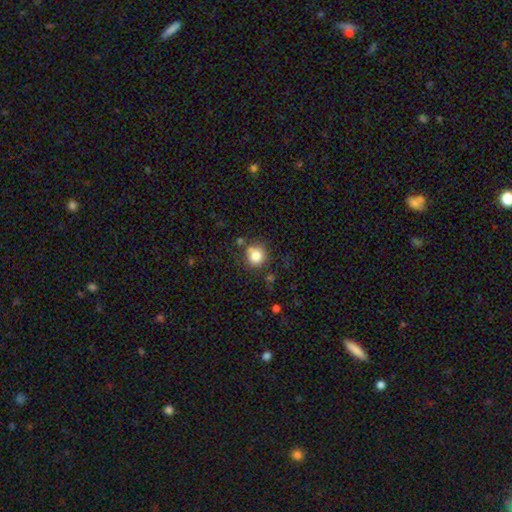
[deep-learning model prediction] Smooth or featured?
  - smooth: 83% *
  - star or artifact: 11%
  - featured or disk: 7%
How rounded?
  - round: 88% *
  - in between: 11%
  - cigar-shaped: 1%
Merging?
  - none: 72% *
  - minor disturbance: 14%
  - merger: 9%
  - major disturbance: 5%